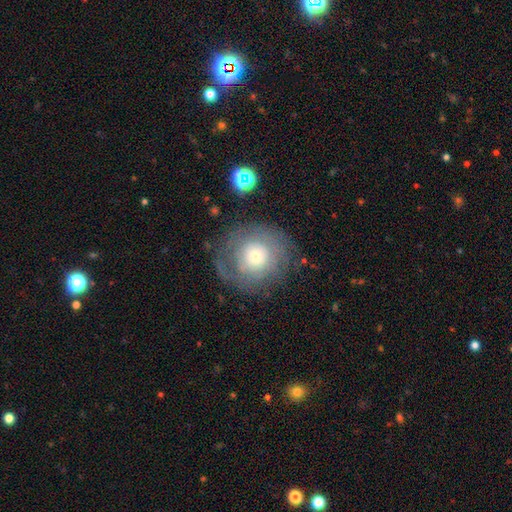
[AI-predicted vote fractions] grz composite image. It shows a featured or disk galaxy (51%). Merging: none (75%).